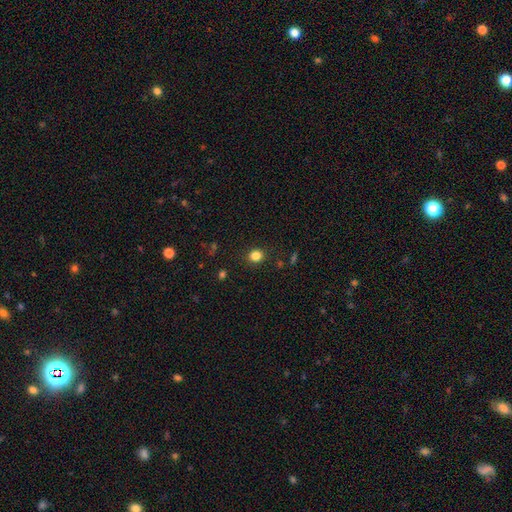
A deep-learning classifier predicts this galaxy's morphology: The model was most divided on "how rounded": round: 75%, in between: 24%, cigar-shaped: 1%. More confident: merging — none (89%); smooth or featured — smooth (83%).